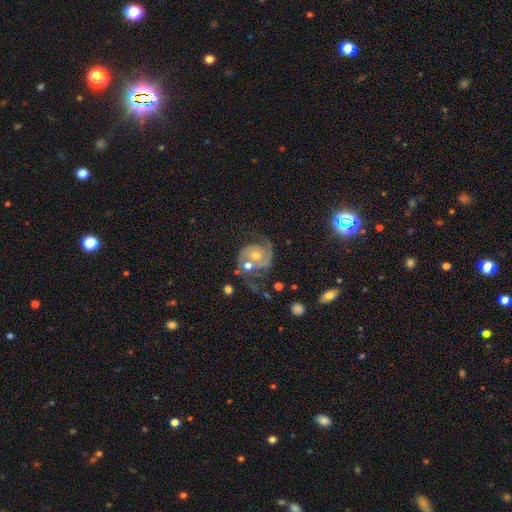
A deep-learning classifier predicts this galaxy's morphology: Smooth or featured: featured or disk — 86% (smooth — 8%)
Edge-on disk: no — 98% (yes — 2%)
Bar: no — 71% (weak — 23%)
Spiral arms: yes — 96% (no — 4%)
Spiral winding: medium — 50% (tight — 30%)
Spiral arm count: 2 — 87% (can't tell — 4%)
Bulge size: moderate — 56% (small — 38%)
Merging: none — 51% (merger — 18%)